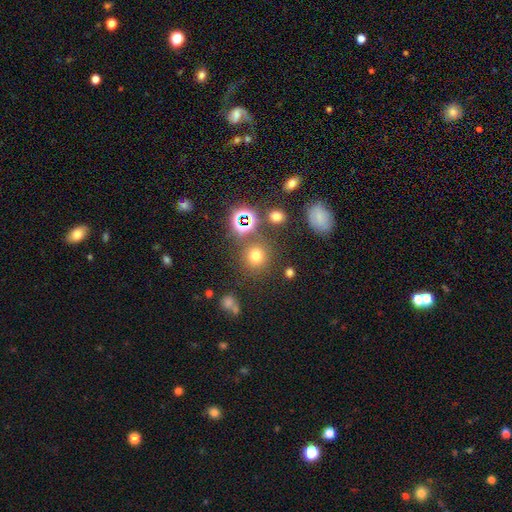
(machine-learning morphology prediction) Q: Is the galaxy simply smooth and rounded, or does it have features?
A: smooth — 66%.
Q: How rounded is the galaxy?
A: round — 90%.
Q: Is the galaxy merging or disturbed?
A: none — 79%.